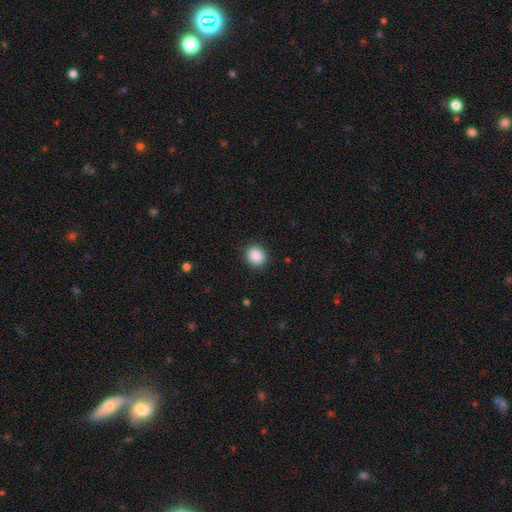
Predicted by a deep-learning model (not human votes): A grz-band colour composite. It shows a smooth galaxy with no disk features (88%) that is round (80%). Merging: none (90%).